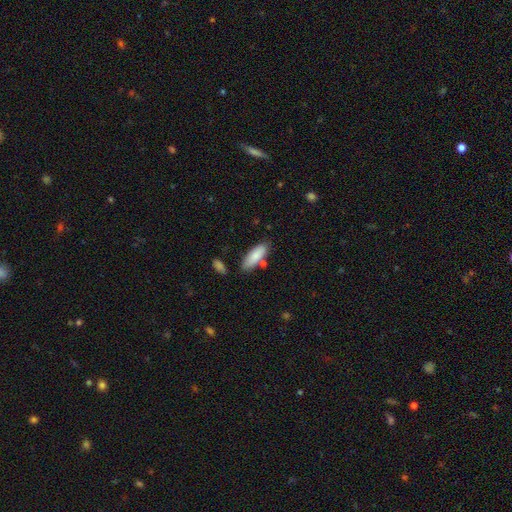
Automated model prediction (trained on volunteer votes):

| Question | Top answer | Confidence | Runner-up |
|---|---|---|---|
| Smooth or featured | smooth | 83% | featured or disk (11%) |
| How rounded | in between | 68% | cigar-shaped (30%) |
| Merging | none | 74% | minor disturbance (15%) |